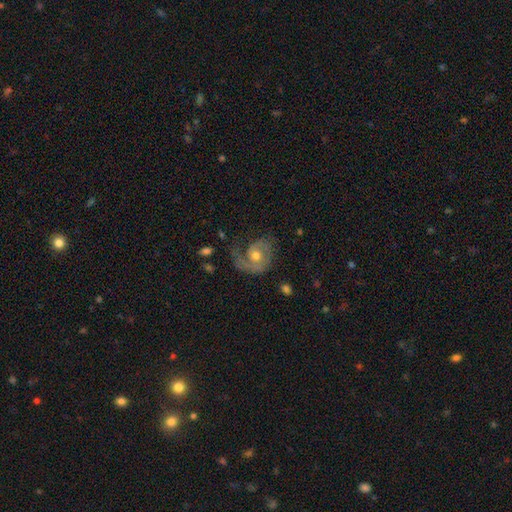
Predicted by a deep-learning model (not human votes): Q: Smooth or featured?
A: featured or disk (80%); runner-up: smooth (13%)
Q: Edge-on disk?
A: no (97%); runner-up: yes (3%)
Q: Bar?
A: no (72%); runner-up: weak (23%)
Q: Spiral arms?
A: yes (93%); runner-up: no (7%)
Q: Spiral winding?
A: medium (41%); runner-up: tight (38%)
Q: Spiral arm count?
A: 1 (50%); runner-up: 2 (39%)
Q: Bulge size?
A: moderate (69%); runner-up: small (24%)
Q: Merging?
A: none (55%); runner-up: major disturbance (23%)